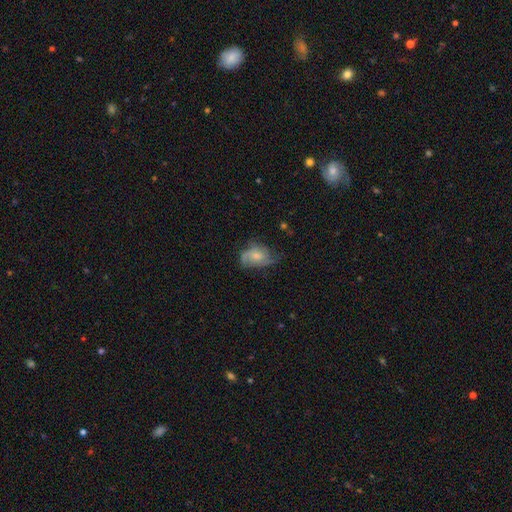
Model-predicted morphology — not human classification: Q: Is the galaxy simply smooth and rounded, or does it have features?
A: featured or disk — 50%.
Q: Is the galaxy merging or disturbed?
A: none — 42%.